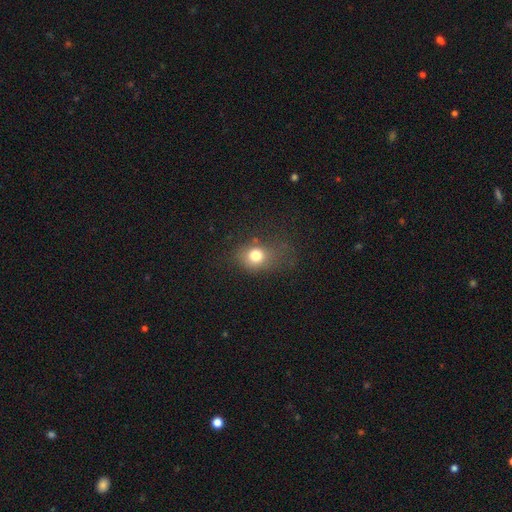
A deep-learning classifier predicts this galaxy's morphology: The model was most divided on "how rounded": round: 59%, in between: 40%, cigar-shaped: 1%. More confident: smooth or featured — smooth (76%); merging — none (56%).